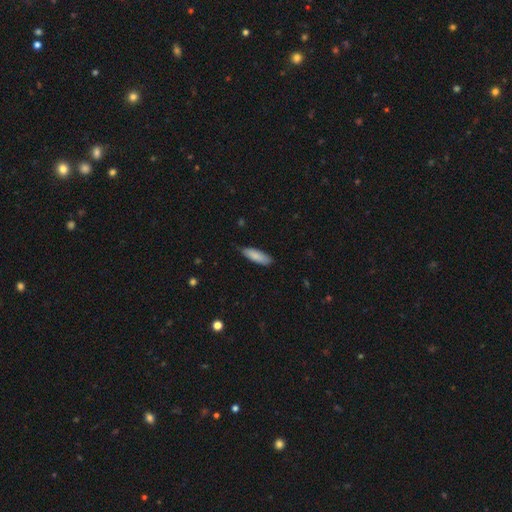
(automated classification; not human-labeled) Overall: smooth (84%). How rounded: in between (56%; cigar-shaped 43%). Merging: none (77%).